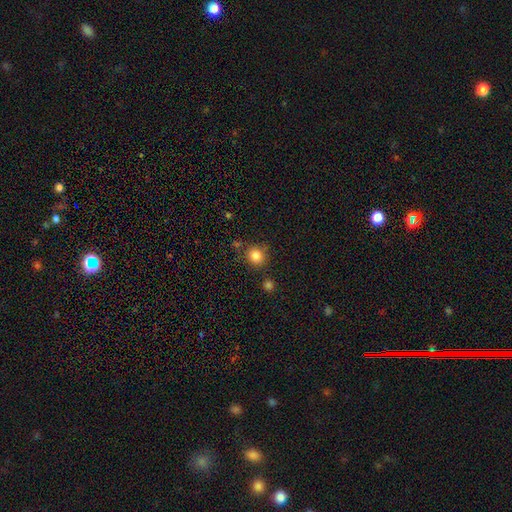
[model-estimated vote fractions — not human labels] Smooth or featured? Predicted: smooth (p=0.84). How rounded? Predicted: round (p=0.87). Merging? Predicted: none (p=0.80).